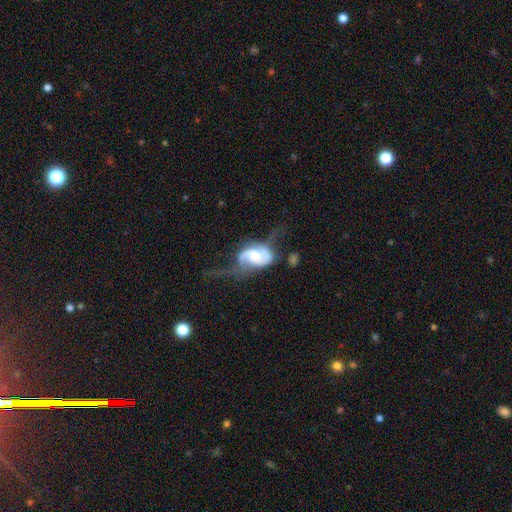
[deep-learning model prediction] smooth_or_featured: featured or disk (p=0.74) [alt: smooth p=0.19]
disk_edge_on: no (p=0.97) [alt: yes p=0.03]
bar: no (p=0.57) [alt: weak p=0.33]
has_spiral_arms: yes (p=0.87) [alt: no p=0.13]
spiral_winding: loose (p=0.45) [alt: medium p=0.38]
spiral_arm_count: 2 (p=0.81) [alt: can't tell p=0.07]
bulge_size: moderate (p=0.43) [alt: small p=0.26]
merging: major disturbance (p=0.45) [alt: none p=0.24]